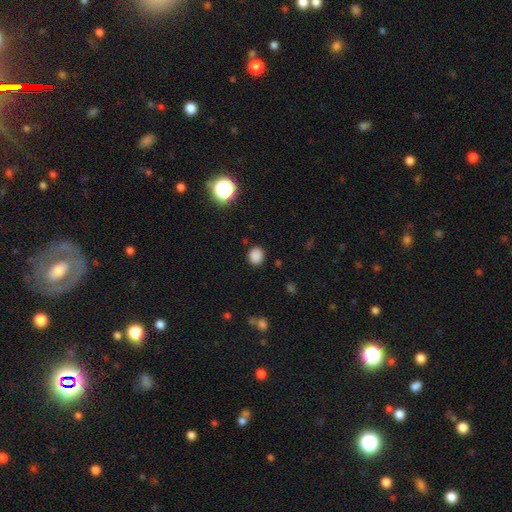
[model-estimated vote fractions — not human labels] smooth_or_featured: smooth (p=0.84) [alt: star or artifact p=0.13]
how_rounded: round (p=0.79) [alt: in between p=0.20]
merging: none (p=0.87) [alt: minor disturbance p=0.08]